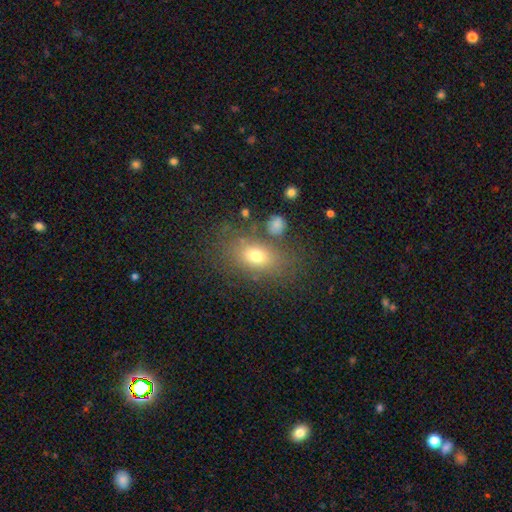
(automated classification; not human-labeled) Overall: smooth (71%). How rounded: in between (79%). Merging: none (72%).